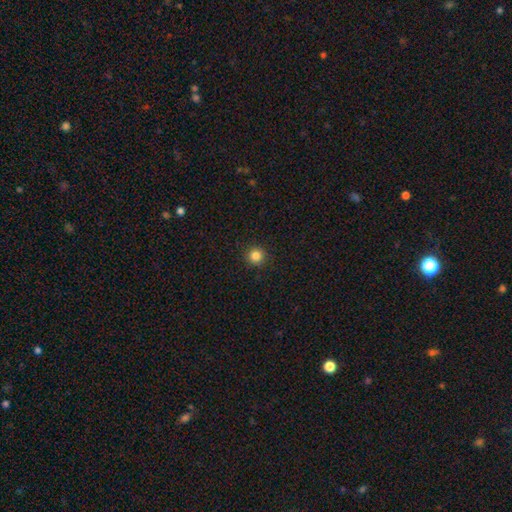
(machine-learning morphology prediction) Q: Smooth or featured?
A: smooth (84%); runner-up: star or artifact (12%)
Q: How rounded?
A: round (95%); runner-up: in between (4%)
Q: Merging?
A: none (92%); runner-up: minor disturbance (5%)